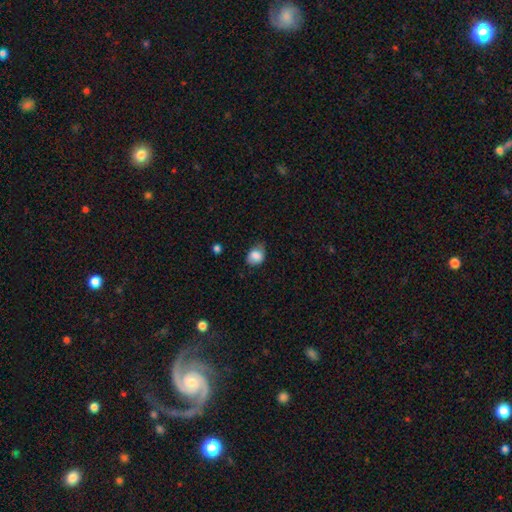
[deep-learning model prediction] Smooth or featured?
  - smooth: 84% *
  - star or artifact: 8%
  - featured or disk: 8%
How rounded?
  - in between: 55% *
  - round: 44%
  - cigar-shaped: 1%
Merging?
  - none: 59% *
  - minor disturbance: 32%
  - major disturbance: 7%
  - merger: 2%